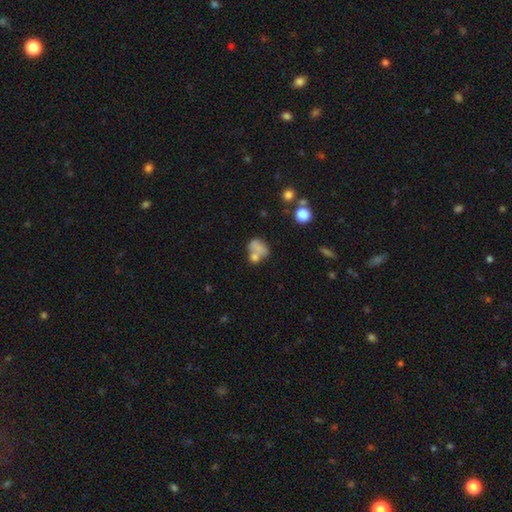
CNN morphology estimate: smooth_or_featured: smooth (p=0.63) [alt: featured or disk p=0.22]
how_rounded: in between (p=0.53) [alt: round p=0.45]
merging: merger (p=0.41) [alt: none p=0.30]